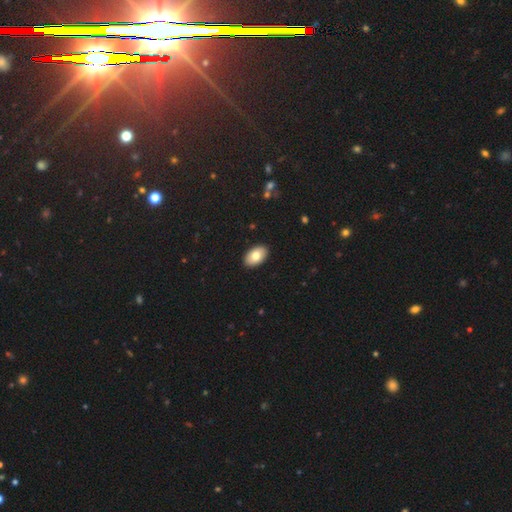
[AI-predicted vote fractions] Smooth or featured: smooth — 80% (featured or disk — 14%)
How rounded: in between — 93% (round — 5%)
Merging: none — 90% (minor disturbance — 7%)